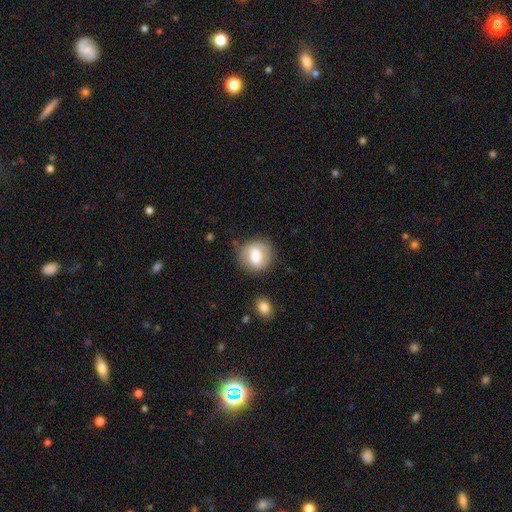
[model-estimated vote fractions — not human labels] This appears to be a smooth galaxy with no disk features (64%) that is round (79%). Merging: none (80%).